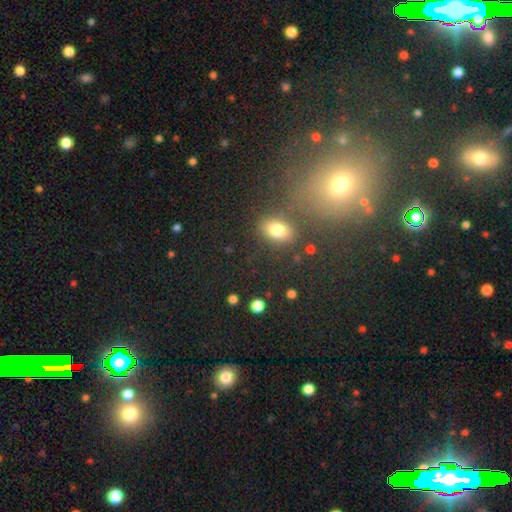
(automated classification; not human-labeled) Morphology: type=smooth (49%); merging=none (72%).